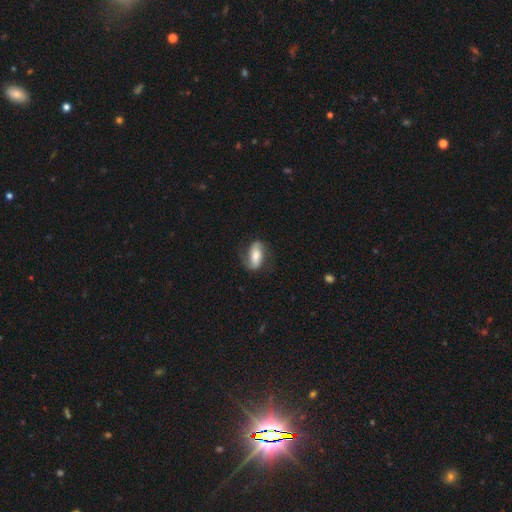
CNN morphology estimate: type=featured or disk (53%); edge-on=no (92%); merging=none (68%).